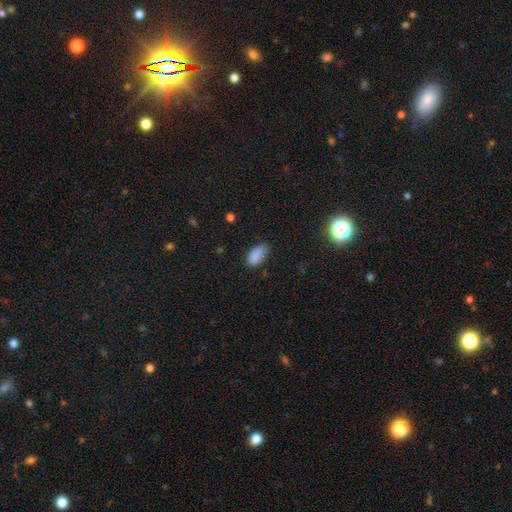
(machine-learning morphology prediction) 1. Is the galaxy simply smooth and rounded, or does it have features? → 86% smooth, 9% star or artifact, 4% featured or disk.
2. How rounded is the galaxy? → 93% in between, 4% round, 3% cigar-shaped.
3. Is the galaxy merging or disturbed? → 67% none, 26% minor disturbance, 5% major disturbance, 2% merger.